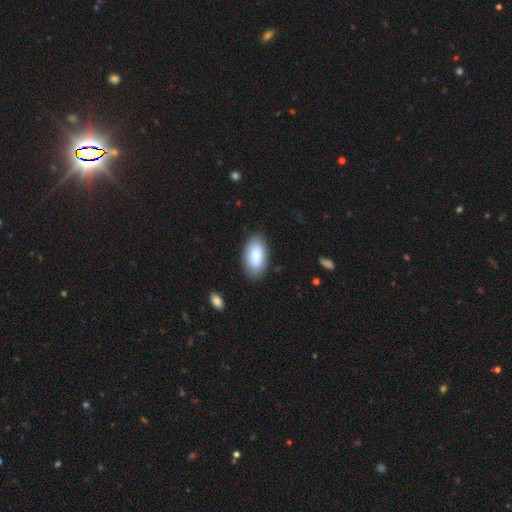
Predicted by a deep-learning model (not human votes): Smooth or featured: smooth — 88% (featured or disk — 7%)
How rounded: in between — 95% (round — 3%)
Merging: none — 85% (minor disturbance — 11%)